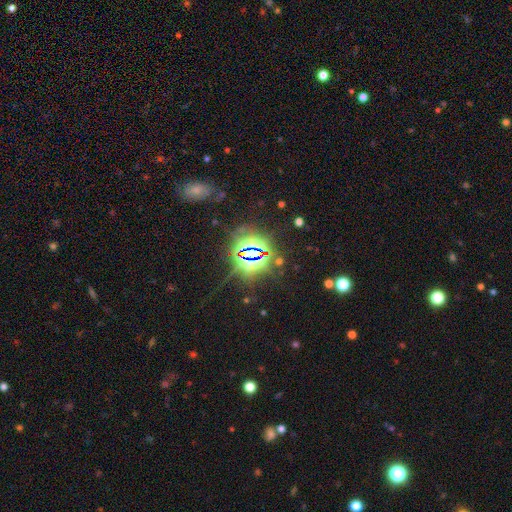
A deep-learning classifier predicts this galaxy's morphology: star or artifact 84%, smooth 8%, featured or disk 8%.